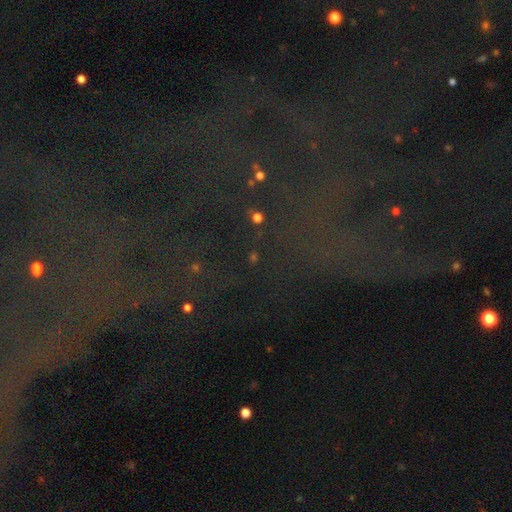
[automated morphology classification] smooth_or_featured: star or artifact (p=0.76) [alt: featured or disk p=0.12]